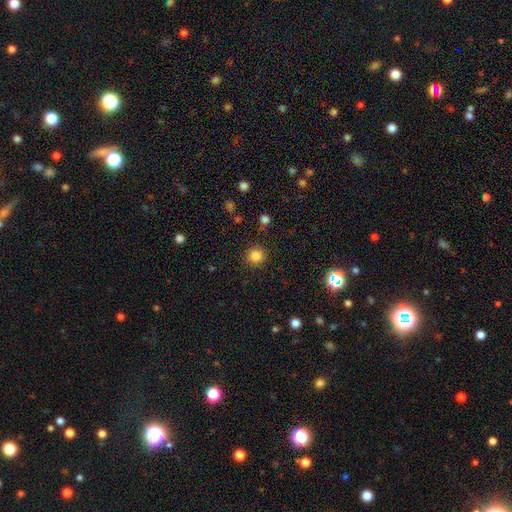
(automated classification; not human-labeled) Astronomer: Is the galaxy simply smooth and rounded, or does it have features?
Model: smooth — 83%.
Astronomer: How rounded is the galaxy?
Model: round — 92%.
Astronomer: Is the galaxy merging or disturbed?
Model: none — 89%.